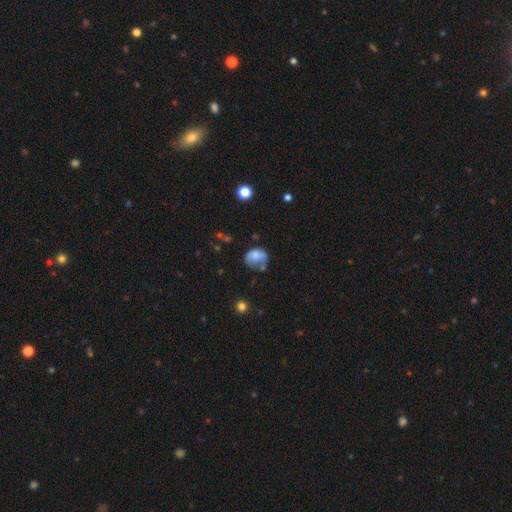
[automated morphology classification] smooth_or_featured: smooth (p=0.67) [alt: featured or disk p=0.23]
how_rounded: in between (p=0.52) [alt: round p=0.47]
merging: none (p=0.36) [alt: minor disturbance p=0.31]